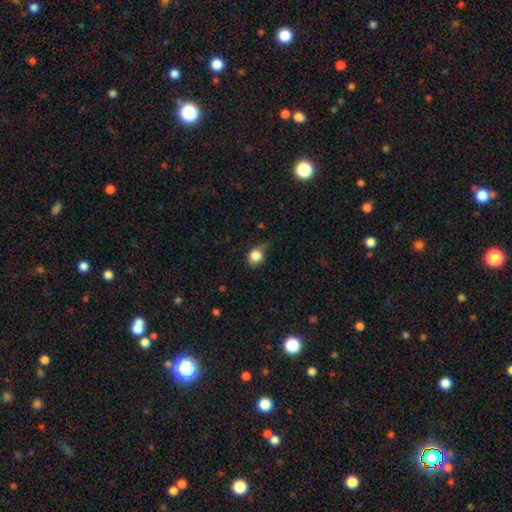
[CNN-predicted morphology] Smooth or featured? Predicted: smooth (p=0.83). How rounded? Predicted: round (p=0.72). Merging? Predicted: none (p=0.50).